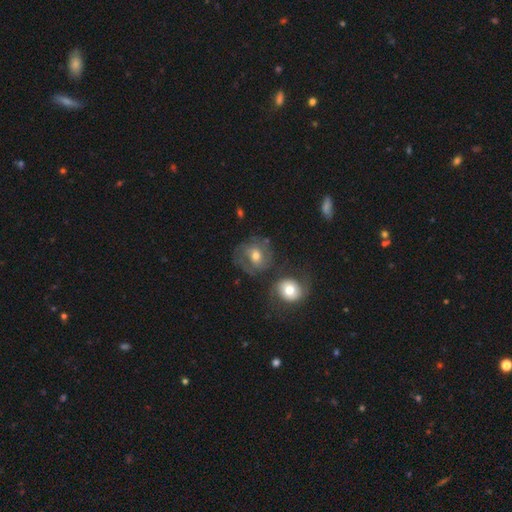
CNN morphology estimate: Overall: featured or disk (61%; smooth 31%). Edge-on disk: no (97%). Bar: no (58%; weak 33%). Spiral arms: yes (81%). Bulge size: moderate (70%). Merging: none (55%; minor disturbance 18%).